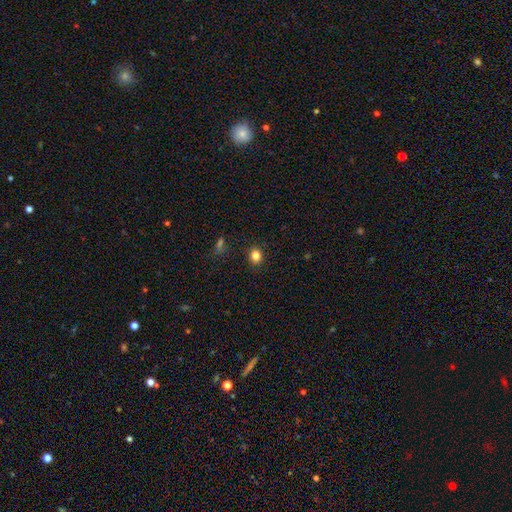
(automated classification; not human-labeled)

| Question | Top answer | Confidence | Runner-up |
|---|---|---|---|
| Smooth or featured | smooth | 83% | star or artifact (12%) |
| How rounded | round | 61% | in between (38%) |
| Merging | none | 88% | minor disturbance (8%) |